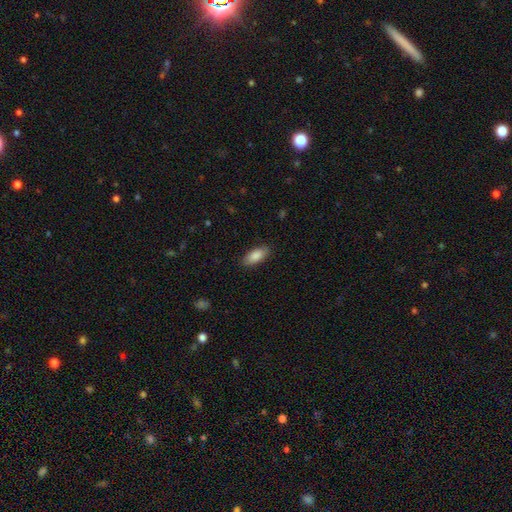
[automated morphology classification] smooth_or_featured: smooth (p=0.87) [alt: featured or disk p=0.07]
how_rounded: in between (p=0.87) [alt: cigar-shaped p=0.11]
merging: none (p=0.87) [alt: minor disturbance p=0.10]